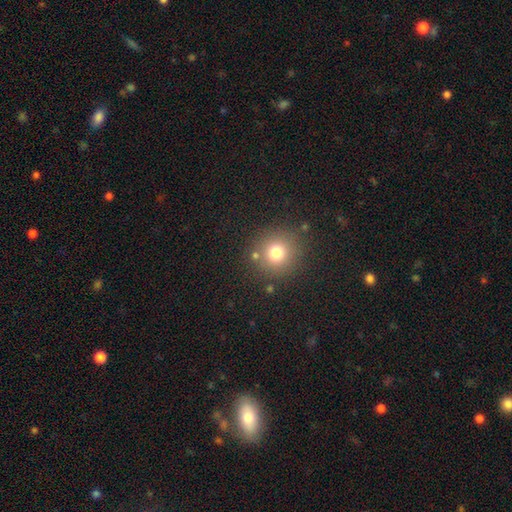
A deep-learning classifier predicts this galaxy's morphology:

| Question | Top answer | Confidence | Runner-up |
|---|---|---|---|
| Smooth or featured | smooth | 74% | star or artifact (17%) |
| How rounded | round | 93% | in between (6%) |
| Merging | none | 83% | minor disturbance (8%) |